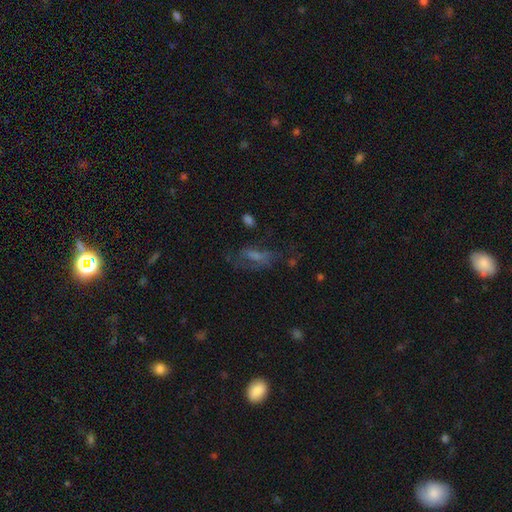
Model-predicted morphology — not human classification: Smooth or featured? Predicted: featured or disk (p=0.41). Merging? Predicted: none (p=0.51).